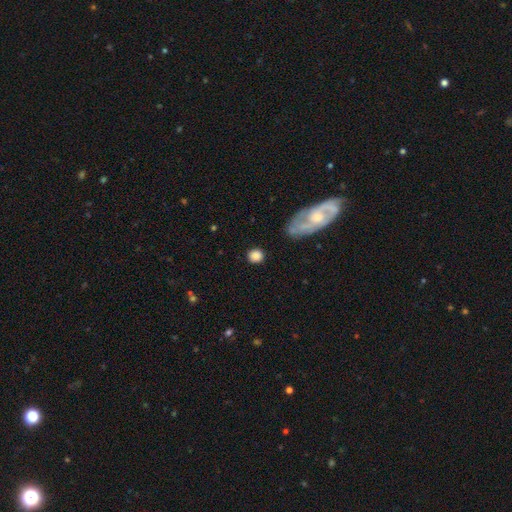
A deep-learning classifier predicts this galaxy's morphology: Smooth or featured? Predicted: smooth (p=0.83). How rounded? Predicted: round (p=0.86). Merging? Predicted: none (p=0.84).